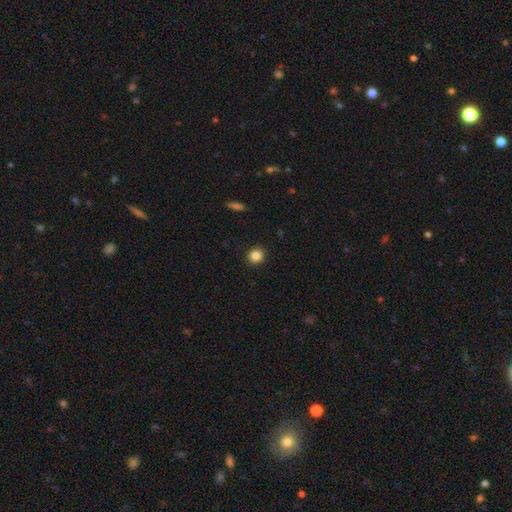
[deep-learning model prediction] smooth_or_featured: smooth (p=0.85) [alt: star or artifact p=0.11]
how_rounded: round (p=0.90) [alt: in between p=0.09]
merging: none (p=0.91) [alt: minor disturbance p=0.06]